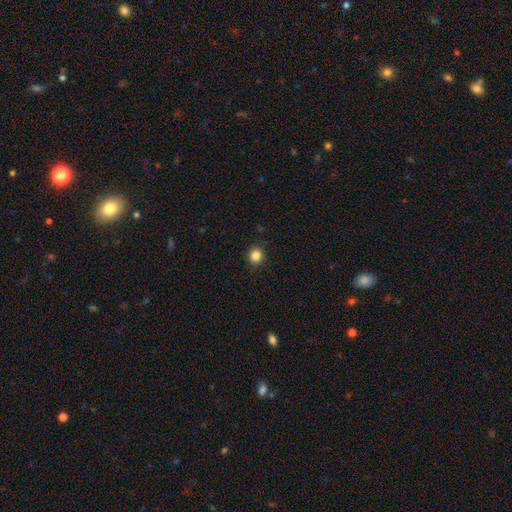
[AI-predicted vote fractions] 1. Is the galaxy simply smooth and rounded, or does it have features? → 84% smooth, 12% star or artifact, 4% featured or disk.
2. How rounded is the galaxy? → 91% round, 9% in between, 1% cigar-shaped.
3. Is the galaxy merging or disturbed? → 91% none, 6% minor disturbance, 2% major disturbance, 1% merger.